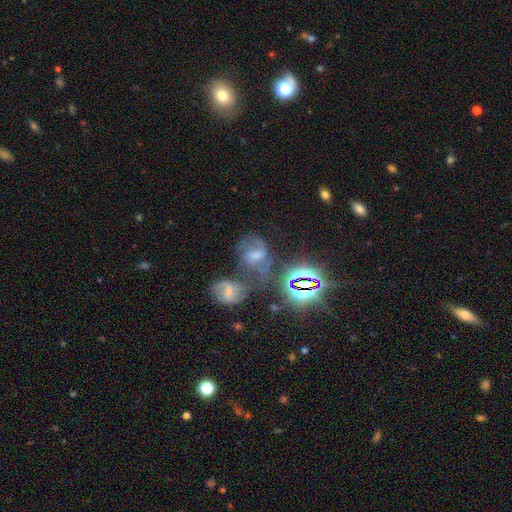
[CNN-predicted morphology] type=featured or disk (49%); merging=merger (35%).